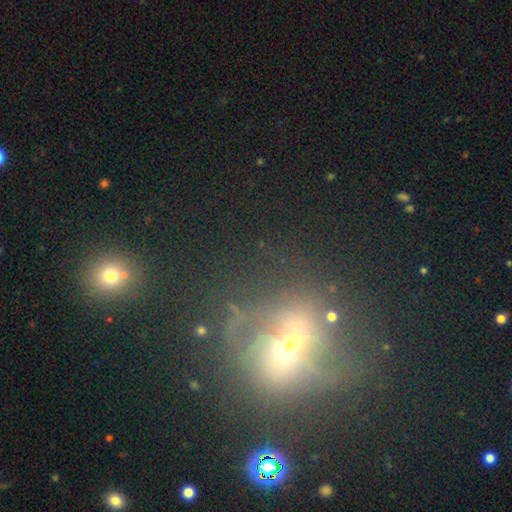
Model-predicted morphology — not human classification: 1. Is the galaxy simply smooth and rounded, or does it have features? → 45% featured or disk, 28% smooth, 27% star or artifact.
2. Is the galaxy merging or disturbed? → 58% none, 18% major disturbance, 17% minor disturbance, 7% merger.